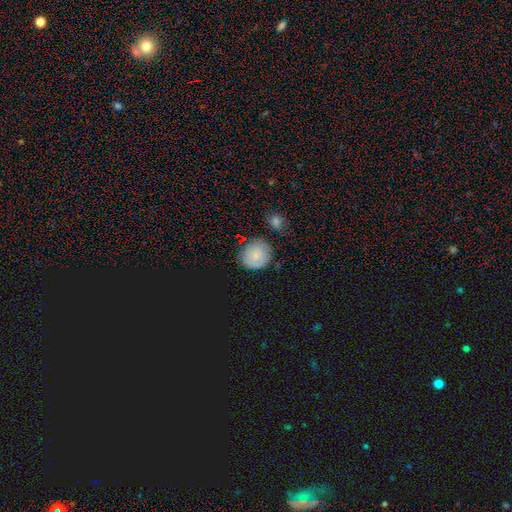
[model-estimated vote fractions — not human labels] The model was most divided on "merging": none: 77%, minor disturbance: 15%, merger: 4%, major disturbance: 4%. More confident: how rounded — round (87%); smooth or featured — smooth (76%).